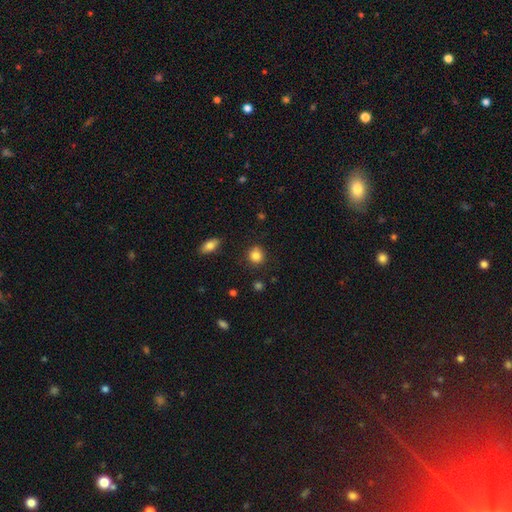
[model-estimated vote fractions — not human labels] smooth-or-featured: smooth: 85% | star or artifact: 10% | featured or disk: 5%
  how-rounded: round: 84% | in between: 15% | cigar-shaped: 1%
  merging: none: 83% | minor disturbance: 11% | major disturbance: 3% | merger: 3%